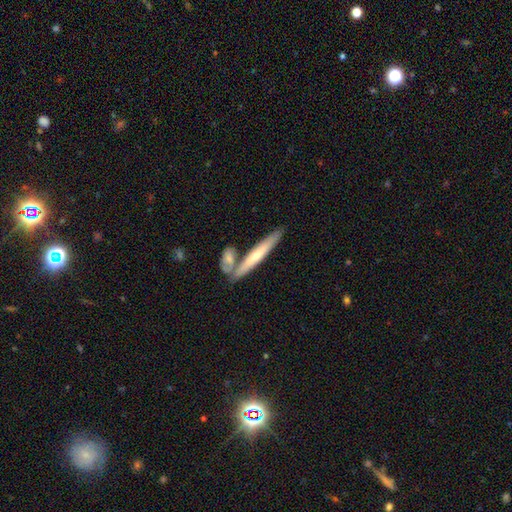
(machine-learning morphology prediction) smooth-or-featured: smooth: 52% | featured or disk: 43% | star or artifact: 5%
  how-rounded: cigar-shaped: 92% | in between: 6% | round: 2%
  merging: none: 67% | merger: 19% | minor disturbance: 11% | major disturbance: 3%